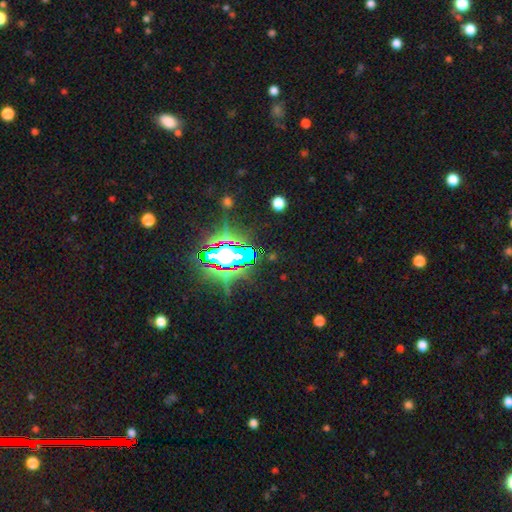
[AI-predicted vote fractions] Smooth or featured? star or artifact (81%)